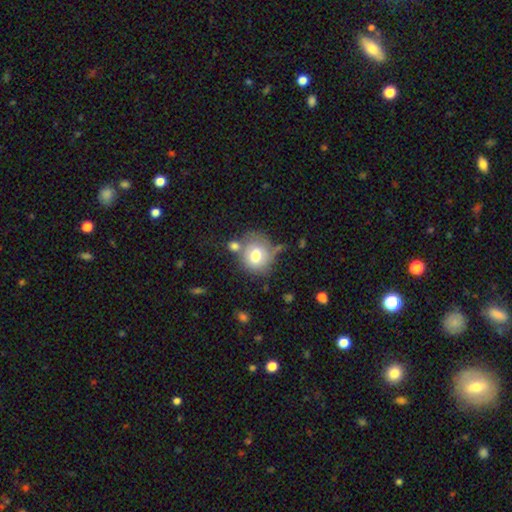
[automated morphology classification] Q: Smooth or featured?
A: smooth (70%); runner-up: featured or disk (21%)
Q: How rounded?
A: round (80%); runner-up: in between (19%)
Q: Merging?
A: none (54%); runner-up: minor disturbance (19%)